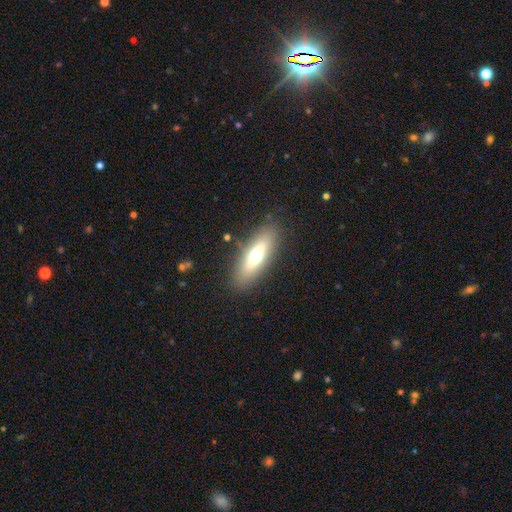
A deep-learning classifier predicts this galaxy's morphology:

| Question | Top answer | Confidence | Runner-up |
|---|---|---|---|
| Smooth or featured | smooth | 56% | featured or disk (36%) |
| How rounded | in between | 52% | cigar-shaped (45%) |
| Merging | none | 85% | minor disturbance (10%) |